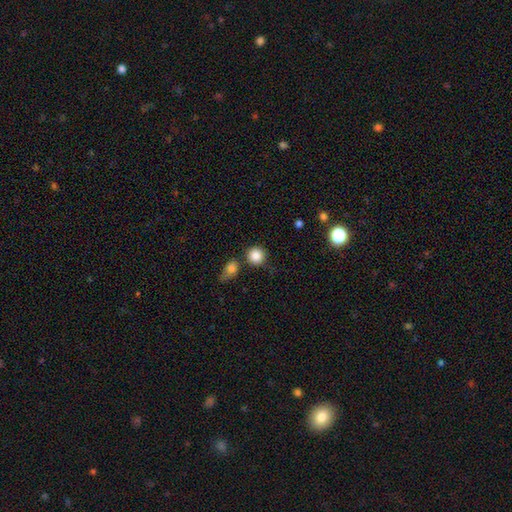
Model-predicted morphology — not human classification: type=smooth (86%); roundness=round (92%); merging=none (75%).